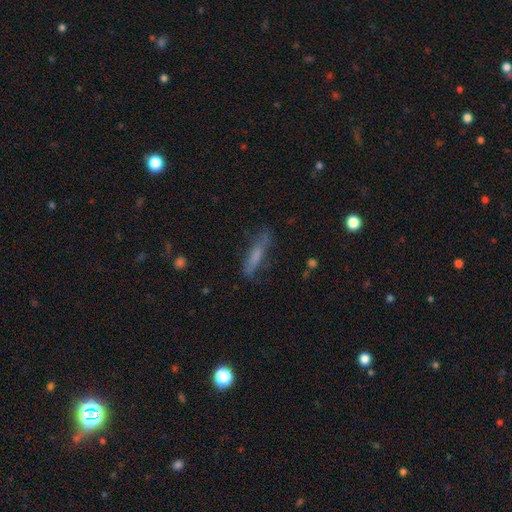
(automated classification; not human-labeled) Morphology: type=smooth (55%); roundness=cigar-shaped (77%); merging=none (65%).